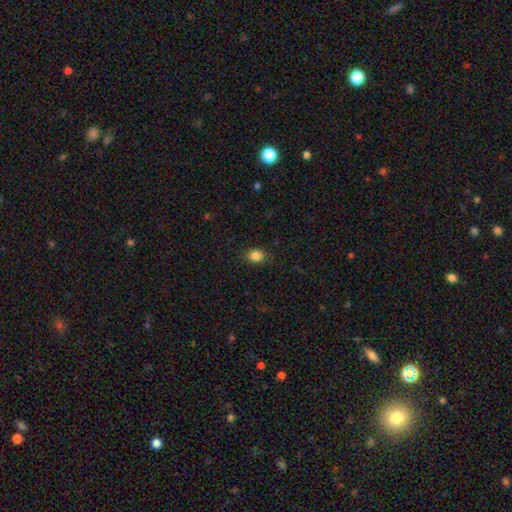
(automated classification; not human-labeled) smooth 85%, star or artifact 11%, featured or disk 4%. Down the decision tree: how rounded — in between (51%); merging — none (86%).